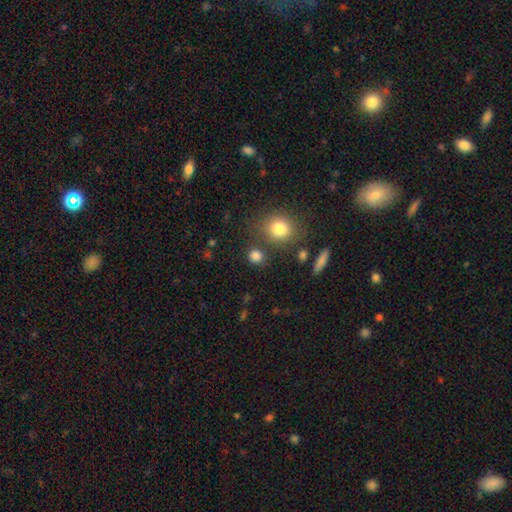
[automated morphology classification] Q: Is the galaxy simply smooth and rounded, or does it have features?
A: smooth — 82%.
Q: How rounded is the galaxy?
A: round — 80%.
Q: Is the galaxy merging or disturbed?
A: none — 76%.